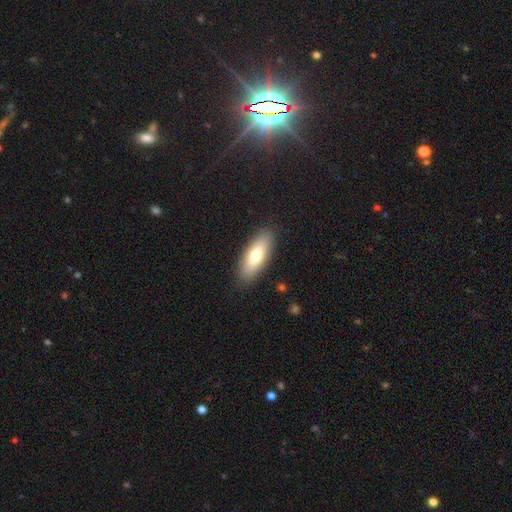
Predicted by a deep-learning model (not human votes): A smooth galaxy with no disk features (72%) that is in between round and cigar-shaped (66%). Merging: none (89%).